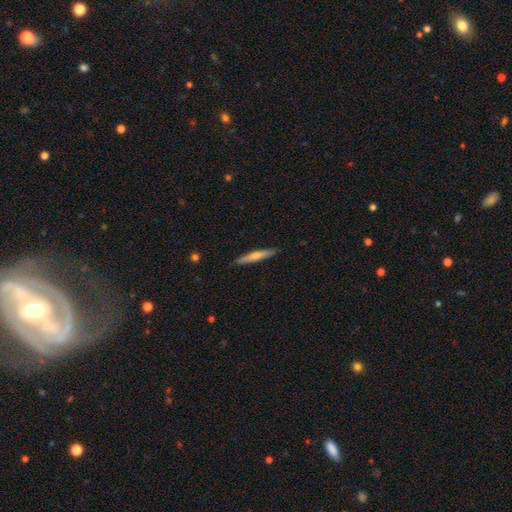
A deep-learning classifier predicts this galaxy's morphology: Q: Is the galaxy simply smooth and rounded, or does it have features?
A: featured or disk — 50%.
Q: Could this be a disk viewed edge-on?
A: yes — 95%.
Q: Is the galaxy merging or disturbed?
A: none — 91%.